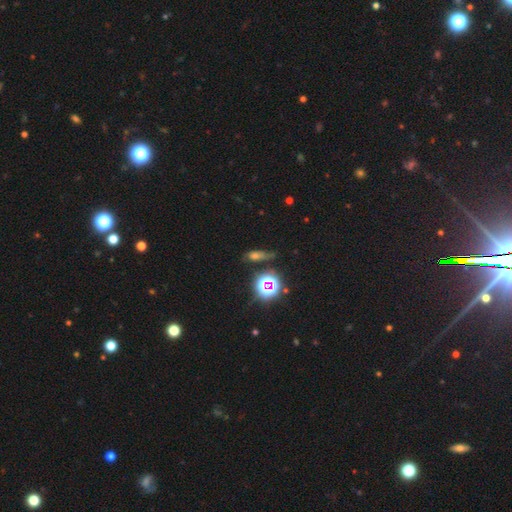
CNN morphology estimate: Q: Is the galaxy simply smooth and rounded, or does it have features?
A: star or artifact — 40%.